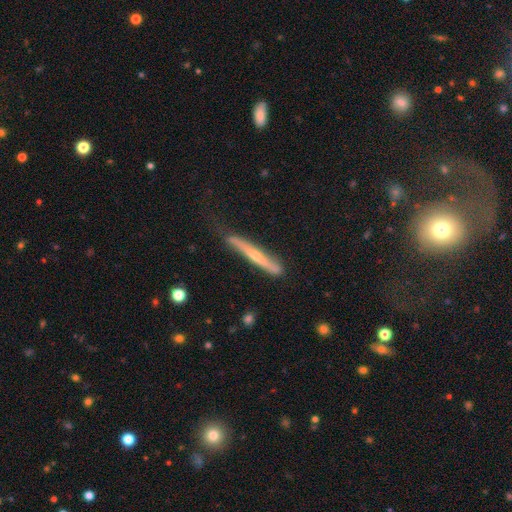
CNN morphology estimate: Smooth or featured: featured or disk — 58% (smooth — 36%)
Edge-on disk: yes — 92% (no — 8%)
Edge-on bulge: rounded — 63% (none — 32%)
Merging: none — 65% (minor disturbance — 27%)